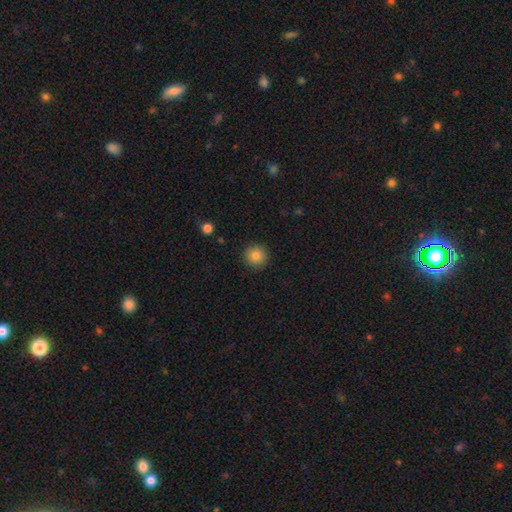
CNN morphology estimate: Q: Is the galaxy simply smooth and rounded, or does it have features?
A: smooth — 84%.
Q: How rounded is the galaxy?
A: round — 94%.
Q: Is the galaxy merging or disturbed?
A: none — 90%.